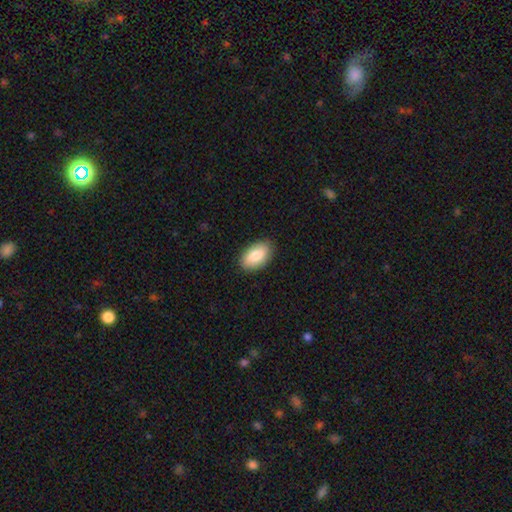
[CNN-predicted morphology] Overall: smooth (83%). How rounded: in between (94%). Merging: none (88%).